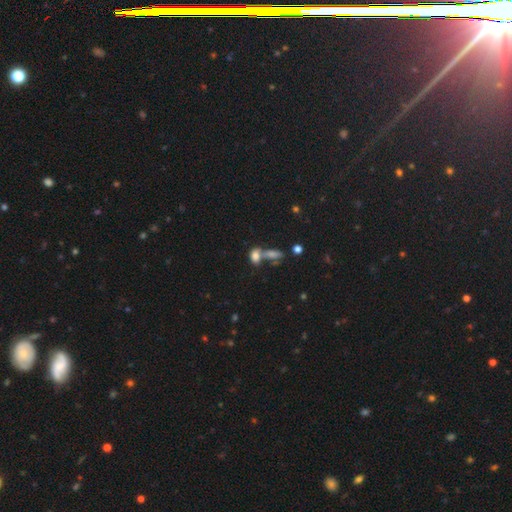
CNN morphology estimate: type=smooth (76%); roundness=in between (82%); merging=merger (52%).